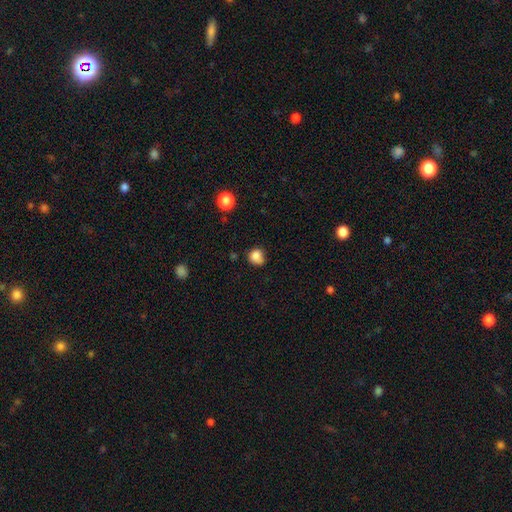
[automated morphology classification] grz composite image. It shows a smooth galaxy with no disk features (82%) that is round (78%). Merging: none (53%).